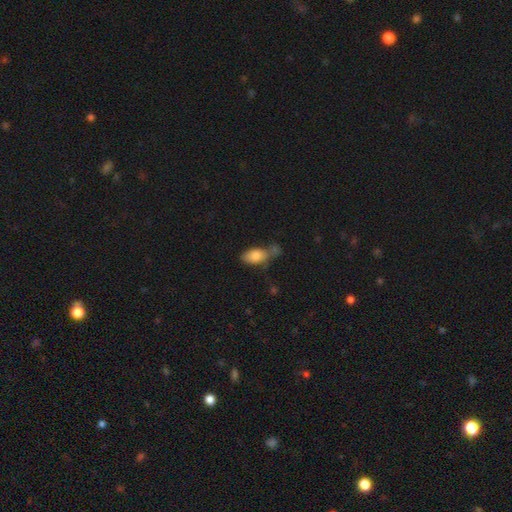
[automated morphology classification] Smooth or featured? Predicted: smooth (p=0.81). How rounded? Predicted: in between (p=0.90). Merging? Predicted: none (p=0.41).